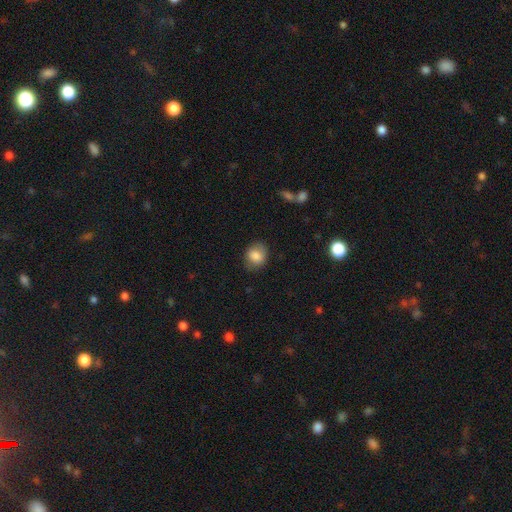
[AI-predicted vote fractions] Q: Smooth or featured?
A: smooth (83%); runner-up: featured or disk (9%)
Q: How rounded?
A: round (61%); runner-up: in between (38%)
Q: Merging?
A: none (75%); runner-up: minor disturbance (19%)